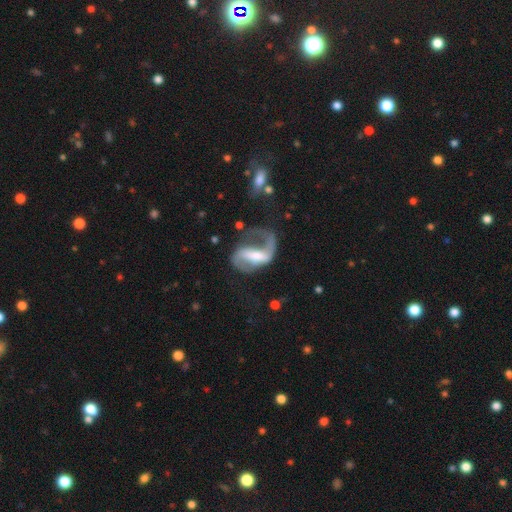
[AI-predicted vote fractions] Smooth or featured? Predicted: featured or disk (p=0.82). Edge-on disk? Predicted: no (p=0.97). Bar? Predicted: strong (p=0.52). Spiral arms? Predicted: yes (p=0.89). Spiral winding? Predicted: loose (p=0.54). Spiral arm count? Predicted: 2 (p=0.69). Bulge size? Predicted: moderate (p=0.39). Merging? Predicted: major disturbance (p=0.41).